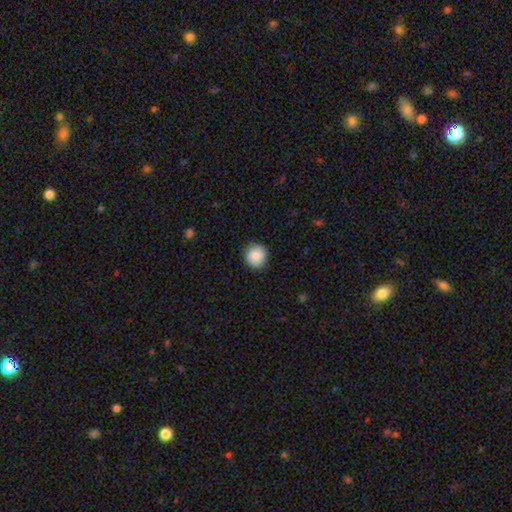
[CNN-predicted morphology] This appears to be a smooth galaxy with no disk features (88%) that is round (91%). Merging: none (90%).